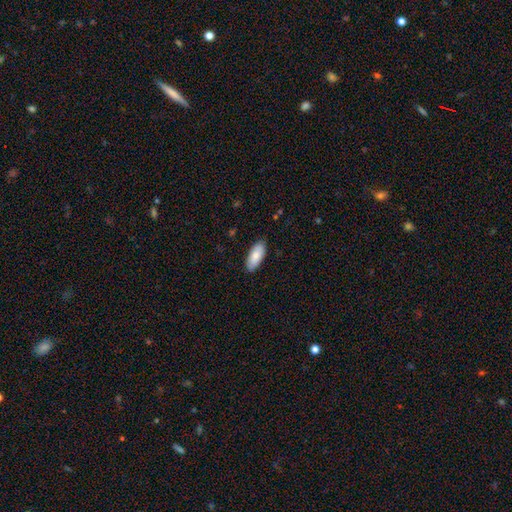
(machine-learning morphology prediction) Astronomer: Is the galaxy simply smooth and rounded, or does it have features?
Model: smooth — 83%.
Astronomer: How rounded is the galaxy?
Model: in between — 88%.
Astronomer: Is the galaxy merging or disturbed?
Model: none — 86%.